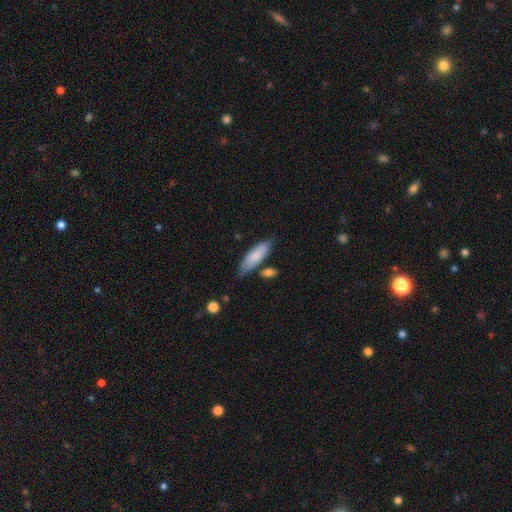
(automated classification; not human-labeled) smooth-or-featured: smooth: 82% | featured or disk: 12% | star or artifact: 5%
  how-rounded: in between: 55% | cigar-shaped: 43% | round: 2%
  merging: none: 73% | minor disturbance: 16% | merger: 8% | major disturbance: 3%